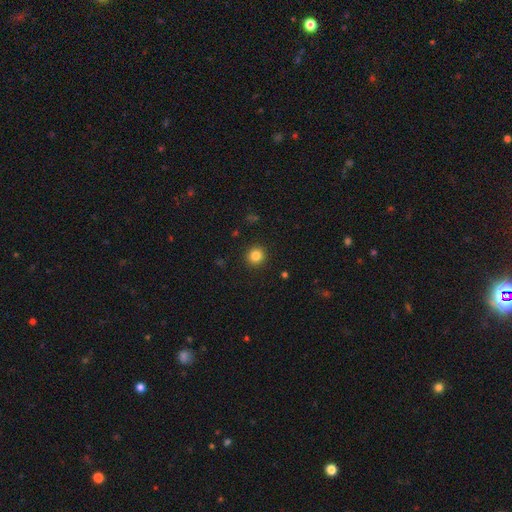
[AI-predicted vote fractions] smooth_or_featured: smooth (p=0.84) [alt: star or artifact p=0.11]
how_rounded: round (p=0.93) [alt: in between p=0.06]
merging: none (p=0.92) [alt: minor disturbance p=0.05]